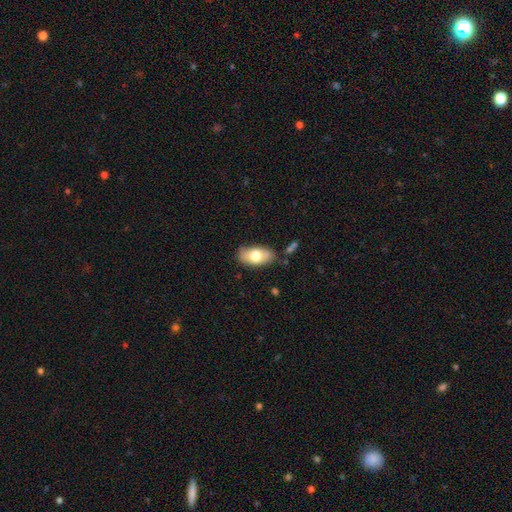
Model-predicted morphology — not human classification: Smooth or featured: smooth — 70% (featured or disk — 23%)
How rounded: in between — 92% (round — 4%)
Merging: none — 76% (minor disturbance — 18%)